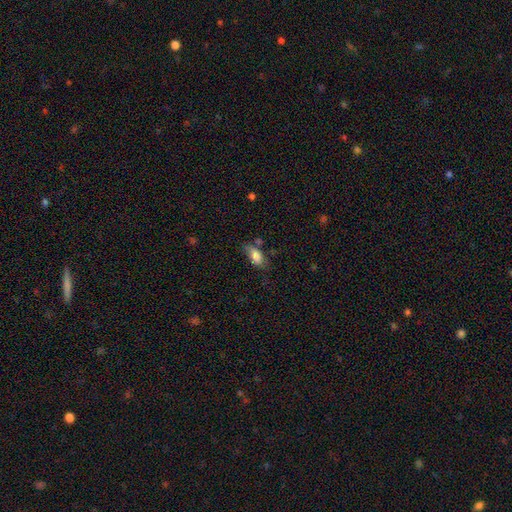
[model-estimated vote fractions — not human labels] Morphology: type=smooth (80%); roundness=in between (86%); merging=none (52%).